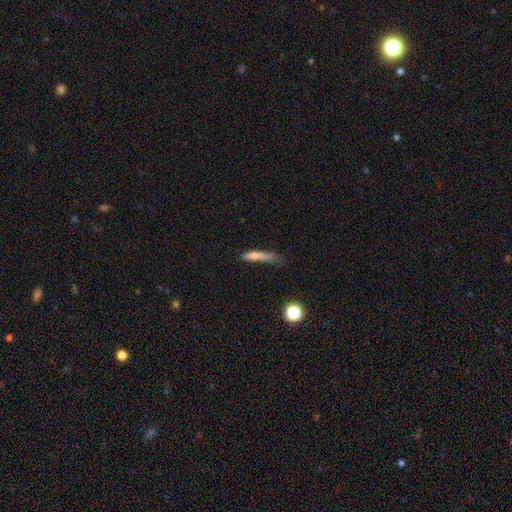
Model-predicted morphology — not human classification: The model was most divided on "merging": none: 44%, minor disturbance: 32%, major disturbance: 19%, merger: 5%. More confident: how rounded — cigar-shaped (87%); smooth or featured — smooth (72%).